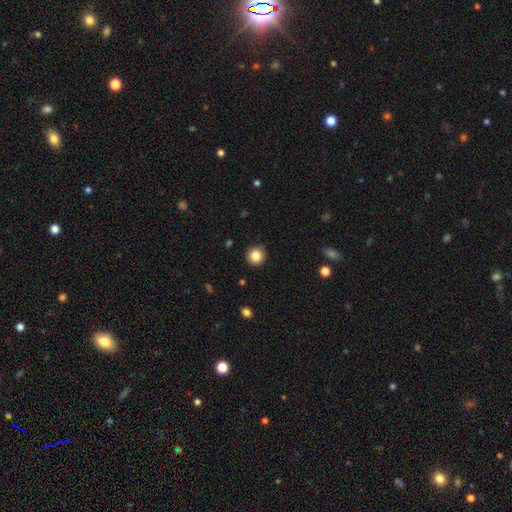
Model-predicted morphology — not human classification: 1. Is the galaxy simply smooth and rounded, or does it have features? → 84% smooth, 10% star or artifact, 6% featured or disk.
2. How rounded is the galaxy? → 94% round, 6% in between, 1% cigar-shaped.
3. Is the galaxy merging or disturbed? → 91% none, 6% minor disturbance, 2% major disturbance, 1% merger.